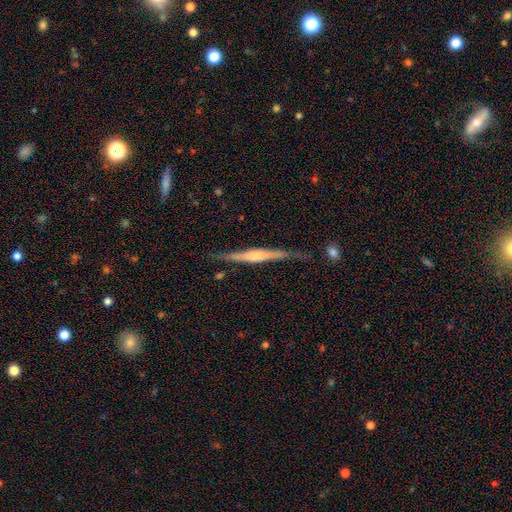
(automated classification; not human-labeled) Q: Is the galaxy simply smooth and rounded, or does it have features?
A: featured or disk — 71%.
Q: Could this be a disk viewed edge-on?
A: yes — 96%.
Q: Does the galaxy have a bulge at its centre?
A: rounded — 51%.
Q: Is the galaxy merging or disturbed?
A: none — 78%.